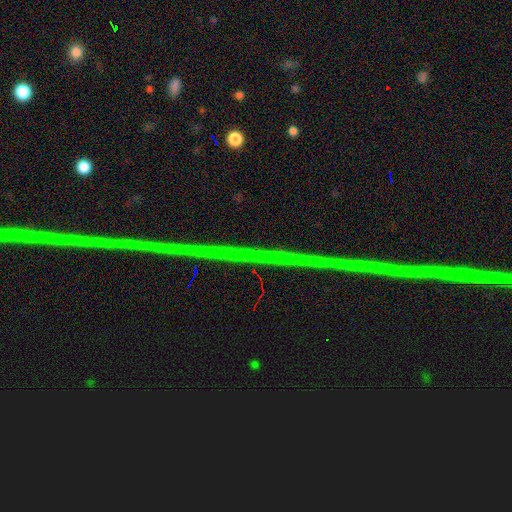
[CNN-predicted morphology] star or artifact 89%, featured or disk 7%, smooth 4%.